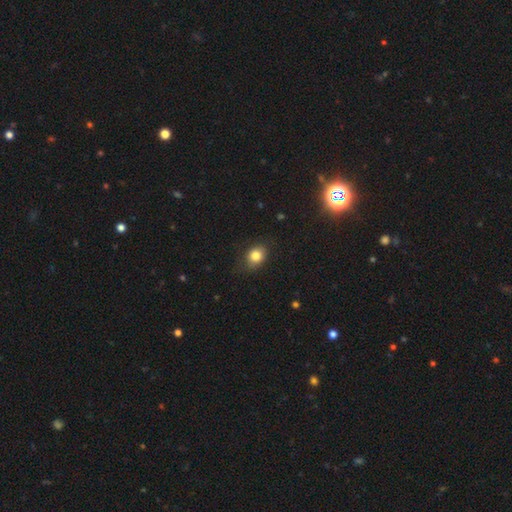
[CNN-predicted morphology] Smooth or featured: smooth — 82% (star or artifact — 10%)
How rounded: in between — 53% (round — 46%)
Merging: none — 75% (minor disturbance — 18%)